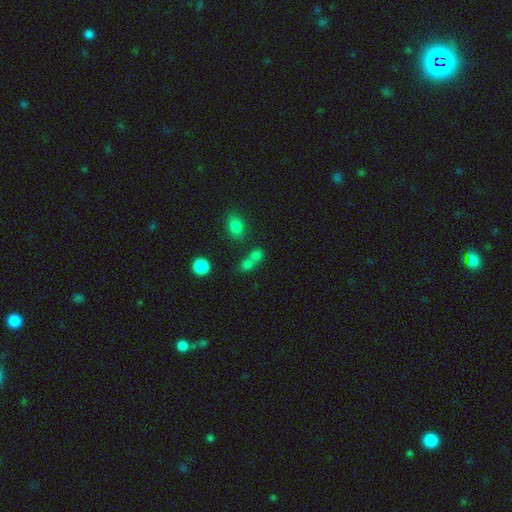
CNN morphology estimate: A smooth galaxy with no disk features (74%) that is round (52%). Merging: merger (52%).